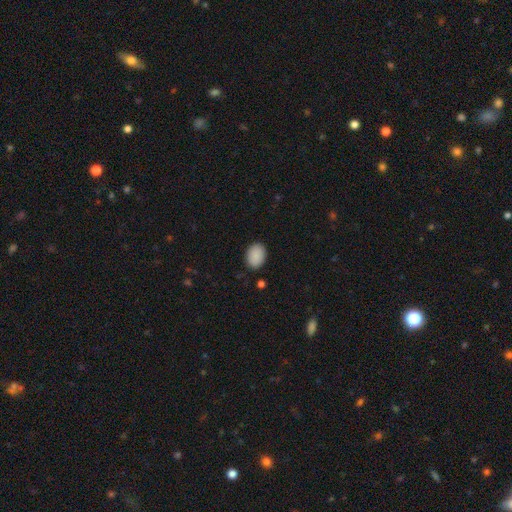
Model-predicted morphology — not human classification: Overall: smooth (90%). How rounded: in between (79%). Merging: none (87%).